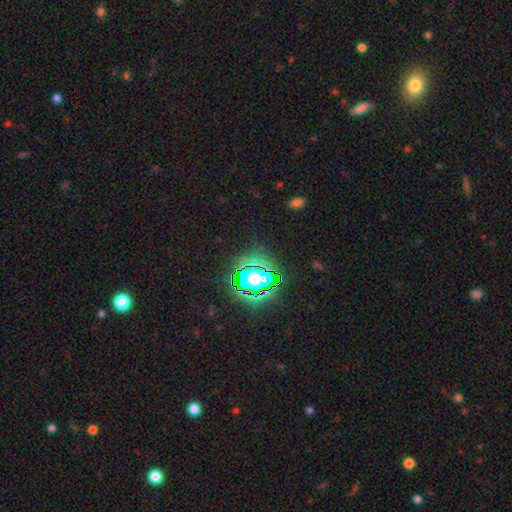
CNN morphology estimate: Smooth or featured?
  - star or artifact: 70% *
  - smooth: 19%
  - featured or disk: 10%